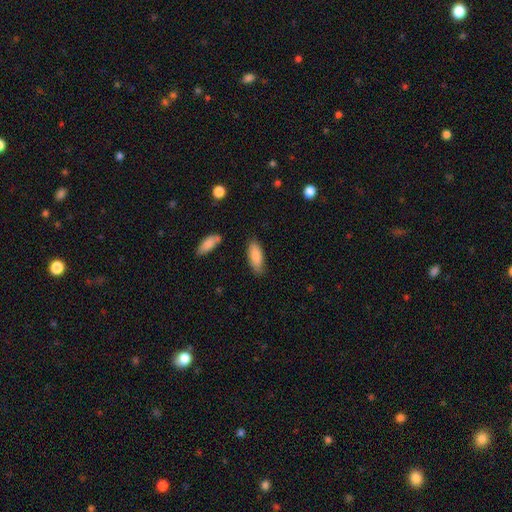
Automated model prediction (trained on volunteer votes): Smooth or featured?
  - smooth: 86% *
  - featured or disk: 8%
  - star or artifact: 6%
How rounded?
  - in between: 74% *
  - cigar-shaped: 25%
  - round: 2%
Merging?
  - none: 80% *
  - minor disturbance: 14%
  - major disturbance: 3%
  - merger: 3%